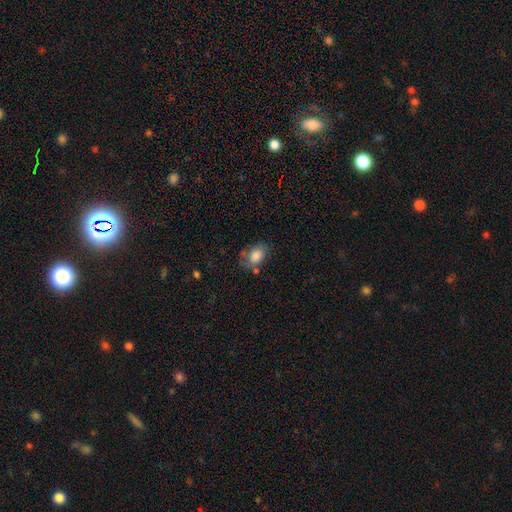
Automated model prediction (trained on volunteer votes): Smooth or featured: smooth — 76% (featured or disk — 15%)
How rounded: in between — 77% (round — 21%)
Merging: none — 51% (minor disturbance — 27%)